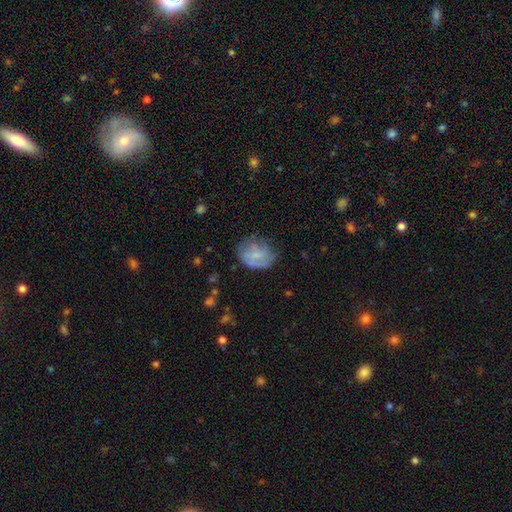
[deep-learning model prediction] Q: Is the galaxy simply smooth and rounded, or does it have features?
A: smooth — 64%.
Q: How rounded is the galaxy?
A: in between — 52%.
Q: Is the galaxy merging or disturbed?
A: none — 56%.